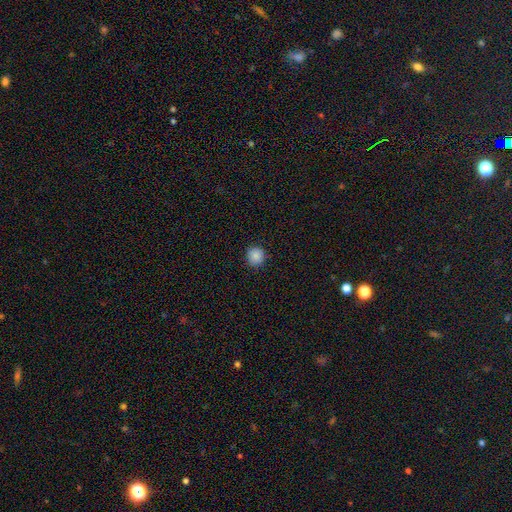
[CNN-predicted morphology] A smooth galaxy with no disk features (86%) that is round (92%).

Vote fractions:
- Smooth or featured? smooth: 86% / star or artifact: 10% / featured or disk: 4%
- How rounded? round: 92% / in between: 7% / cigar-shaped: 1%
- Merging? none: 91% / minor disturbance: 7% / major disturbance: 2% / merger: 1%